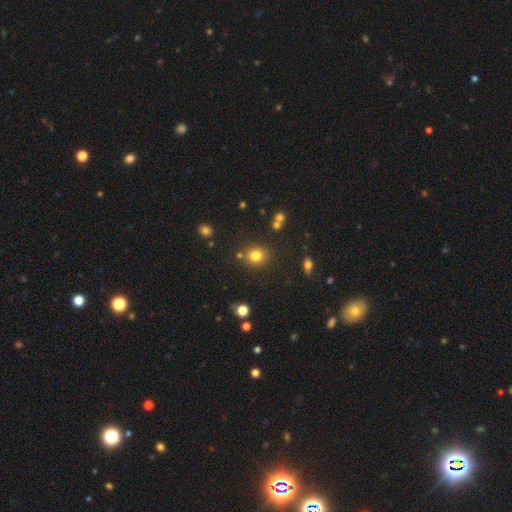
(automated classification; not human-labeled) Smooth or featured? Predicted: smooth (p=0.79). How rounded? Predicted: round (p=0.78). Merging? Predicted: none (p=0.80).